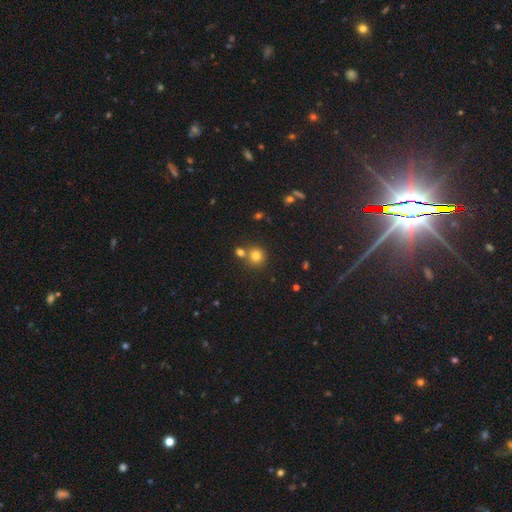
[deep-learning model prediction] Overall: smooth (78%). How rounded: round (91%). Merging: none (66%).